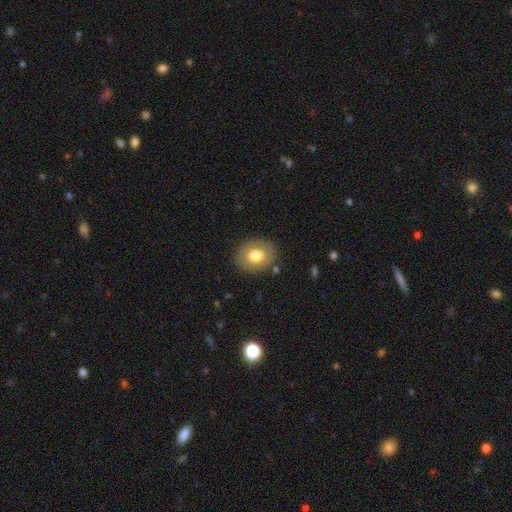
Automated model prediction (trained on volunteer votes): Morphology: type=smooth (73%); roundness=round (53%); merging=none (84%).